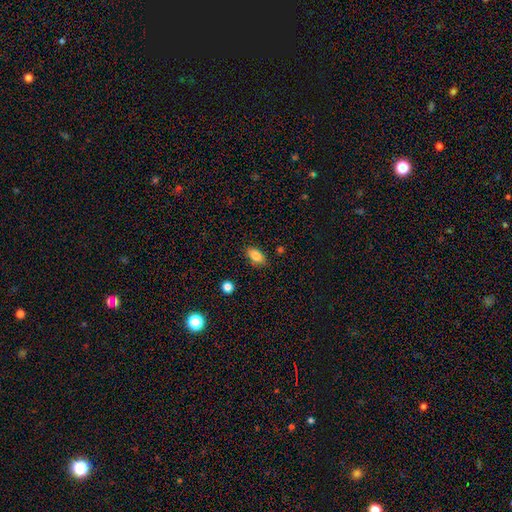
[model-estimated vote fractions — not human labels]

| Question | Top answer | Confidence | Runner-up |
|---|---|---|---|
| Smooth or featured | smooth | 85% | star or artifact (9%) |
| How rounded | in between | 90% | round (7%) |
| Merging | none | 83% | minor disturbance (12%) |